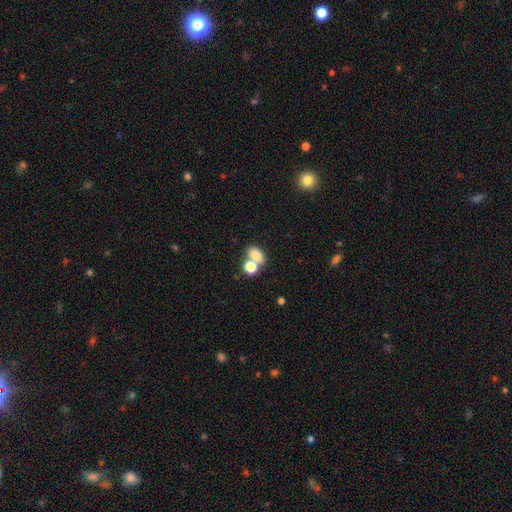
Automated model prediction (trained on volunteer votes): This appears to be a smooth galaxy with no disk features (78%) that is in between round and cigar-shaped (74%). Merging: merger (45%).